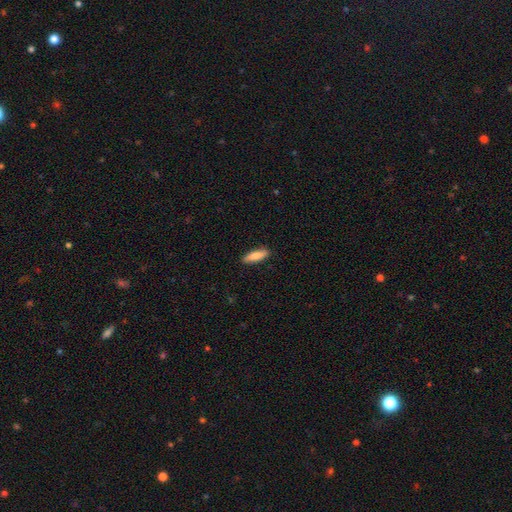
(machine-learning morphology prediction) A smooth galaxy with no disk features (81%) that is cigar-shaped (56%). Merging: none (89%).